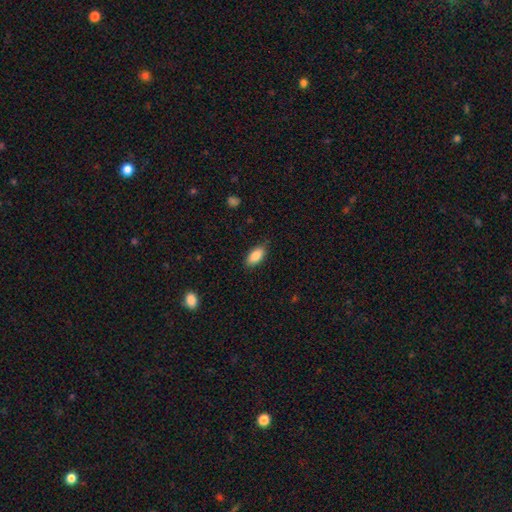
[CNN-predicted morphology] Overall: smooth (88%). How rounded: in between (89%). Merging: none (83%).